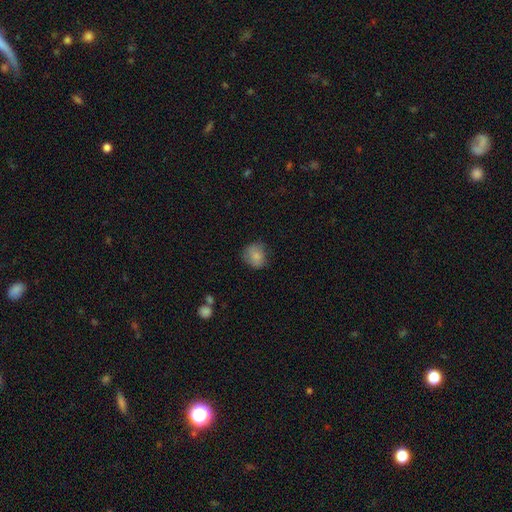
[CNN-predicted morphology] This is clearly a smooth galaxy (82%). How rounded: likely round (73%). Merging: likely none (70%).